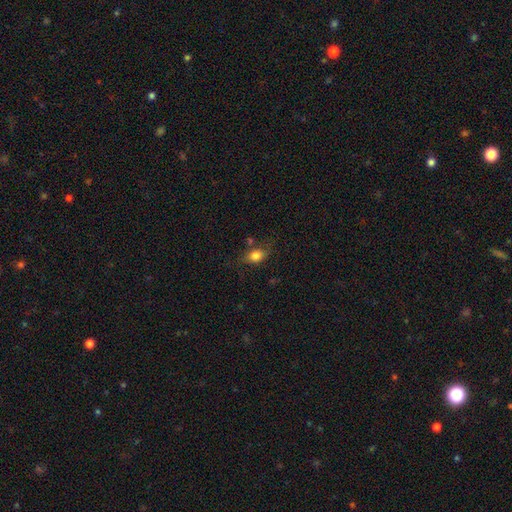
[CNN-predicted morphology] smooth_or_featured: smooth (p=0.79) [alt: featured or disk p=0.11]
how_rounded: in between (p=0.68) [alt: round p=0.29]
merging: none (p=0.63) [alt: minor disturbance p=0.23]